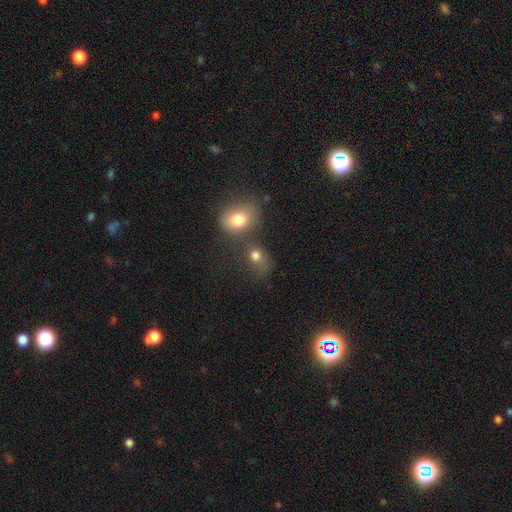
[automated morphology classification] A smooth galaxy with no disk features (75%) that is round (54%). Merging: merger (43%).